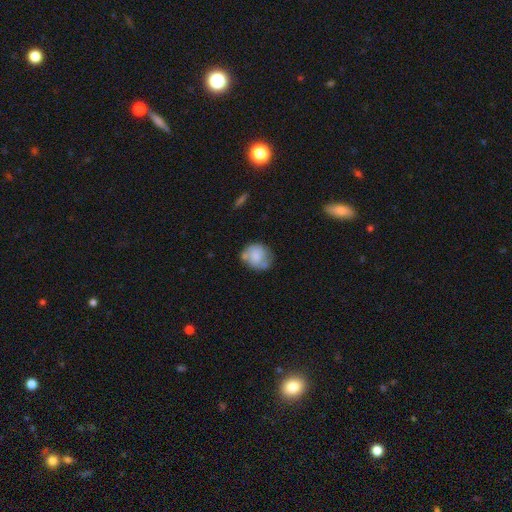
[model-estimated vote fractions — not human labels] Smooth or featured: smooth — 68% (featured or disk — 24%)
How rounded: round — 70% (in between — 28%)
Merging: none — 53% (minor disturbance — 27%)